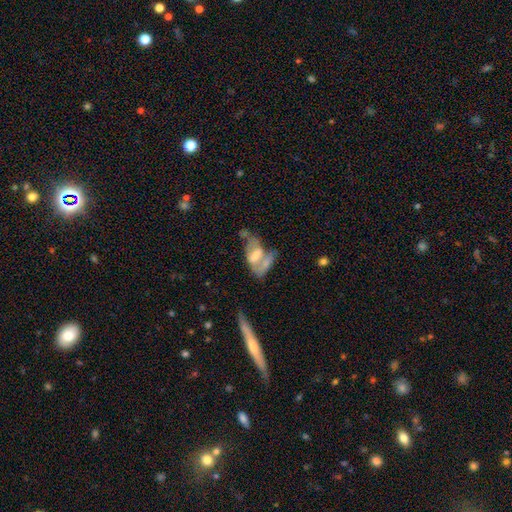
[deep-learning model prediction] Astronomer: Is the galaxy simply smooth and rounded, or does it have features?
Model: featured or disk — 48% (runner-up: smooth, 44%).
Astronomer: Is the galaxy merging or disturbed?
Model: merger — 48%.